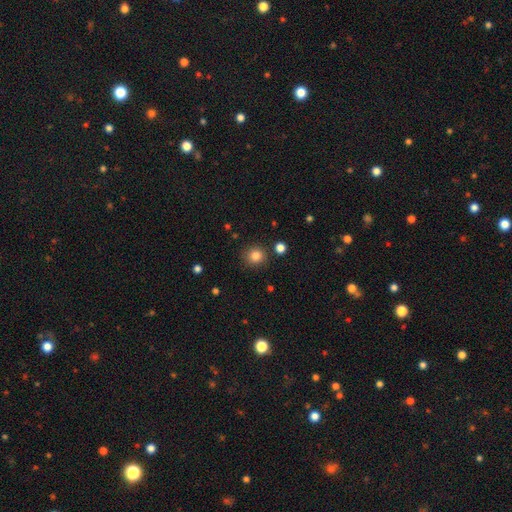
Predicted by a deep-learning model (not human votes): Overall: smooth (83%). How rounded: round (91%). Merging: none (87%).